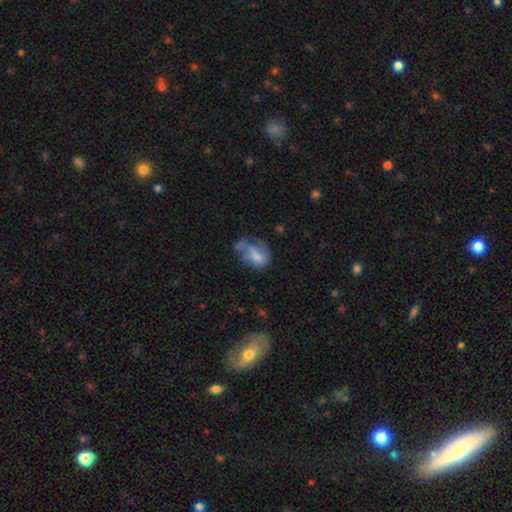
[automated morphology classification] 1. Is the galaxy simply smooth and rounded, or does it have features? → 57% smooth, 33% featured or disk, 10% star or artifact.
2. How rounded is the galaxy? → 78% in between, 19% round, 3% cigar-shaped.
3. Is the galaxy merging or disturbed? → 30% major disturbance, 27% none, 27% minor disturbance, 16% merger.